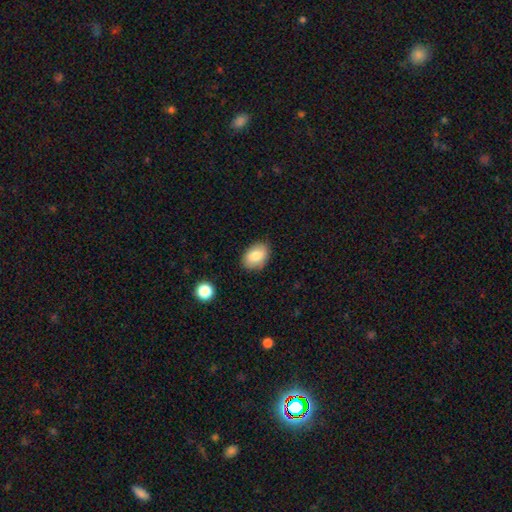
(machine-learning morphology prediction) This appears to be a smooth galaxy with no disk features (82%) that is in between round and cigar-shaped (84%). Merging: none (85%).